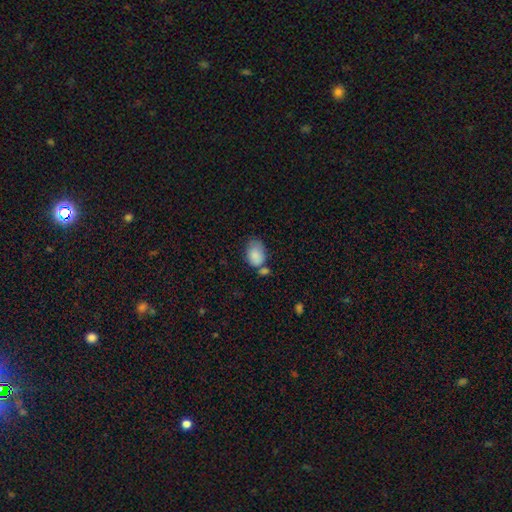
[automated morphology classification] Smooth or featured? smooth (84%)
How rounded? in between (82%)
Merging? none (42%)